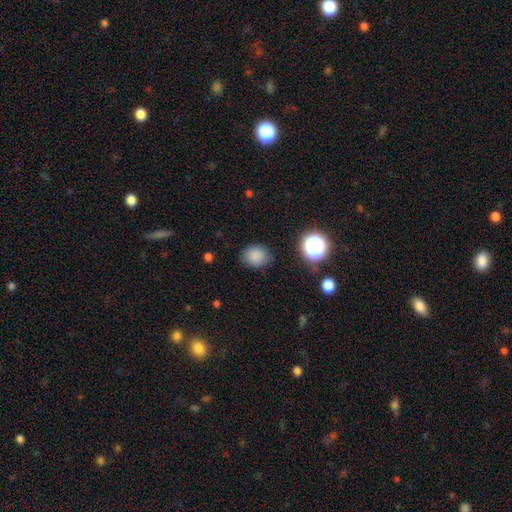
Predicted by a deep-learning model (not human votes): The model was most divided on "how rounded": round: 67%, in between: 32%, cigar-shaped: 1%. More confident: merging — none (83%); smooth or featured — smooth (83%).